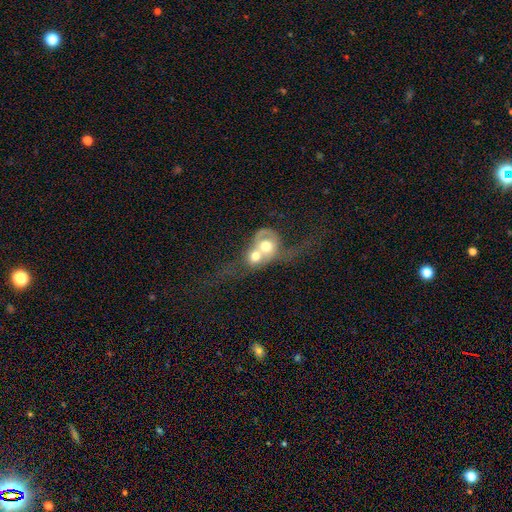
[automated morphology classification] This appears to be a smooth galaxy with no disk features (47%). Merging: merger (81%).